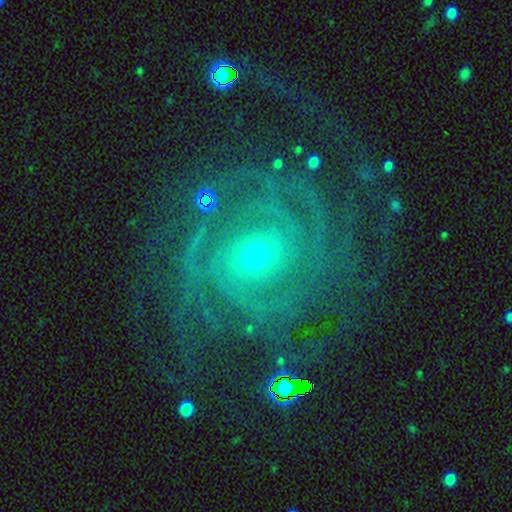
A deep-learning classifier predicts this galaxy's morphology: Smooth or featured? Predicted: featured or disk (p=0.87). Edge-on disk? Predicted: no (p=0.97). Bar? Predicted: weak (p=0.46). Spiral arms? Predicted: yes (p=0.97). Spiral winding? Predicted: tight (p=0.68). Spiral arm count? Predicted: can't tell (p=0.28). Bulge size? Predicted: small (p=0.74). Merging? Predicted: none (p=0.69).